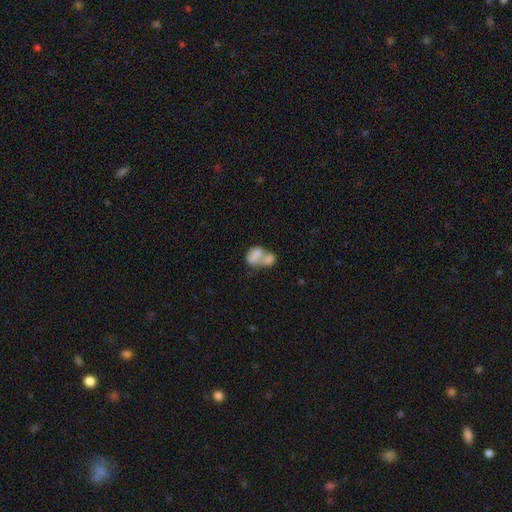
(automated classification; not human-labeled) smooth-or-featured: smooth: 68% | featured or disk: 23% | star or artifact: 8%
  how-rounded: in between: 77% | round: 22% | cigar-shaped: 2%
  merging: merger: 75% | none: 12% | minor disturbance: 6% | major disturbance: 6%